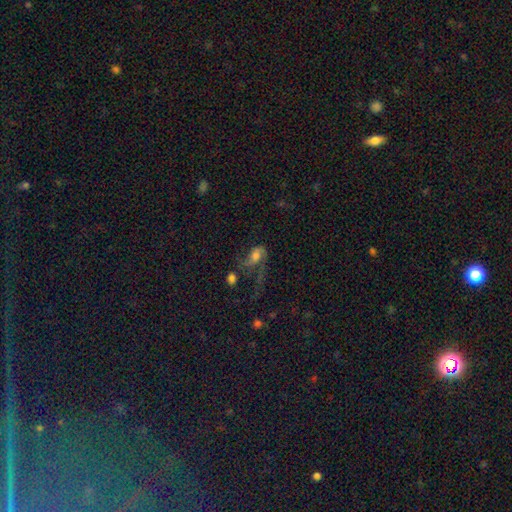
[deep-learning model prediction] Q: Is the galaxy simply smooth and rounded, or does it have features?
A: featured or disk — 60%.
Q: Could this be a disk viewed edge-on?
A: no — 96%.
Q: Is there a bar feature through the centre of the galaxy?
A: no — 61%.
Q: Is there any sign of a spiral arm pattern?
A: yes — 83%.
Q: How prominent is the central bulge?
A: moderate — 50%.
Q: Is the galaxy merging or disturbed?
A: major disturbance — 48%.